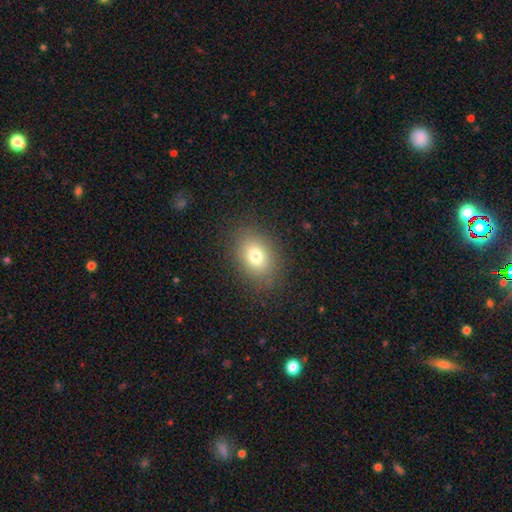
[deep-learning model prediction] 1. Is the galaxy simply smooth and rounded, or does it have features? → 77% smooth, 12% star or artifact, 11% featured or disk.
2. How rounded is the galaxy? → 71% in between, 28% round, 1% cigar-shaped.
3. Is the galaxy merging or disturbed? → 87% none, 9% minor disturbance, 3% major disturbance, 1% merger.